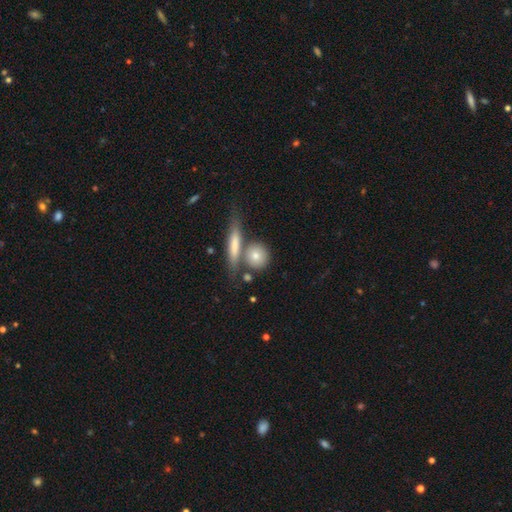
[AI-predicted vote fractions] The model was most divided on "merging": none: 61%, merger: 21%, minor disturbance: 13%, major disturbance: 5%. More confident: smooth or featured — smooth (75%); how rounded — round (74%).